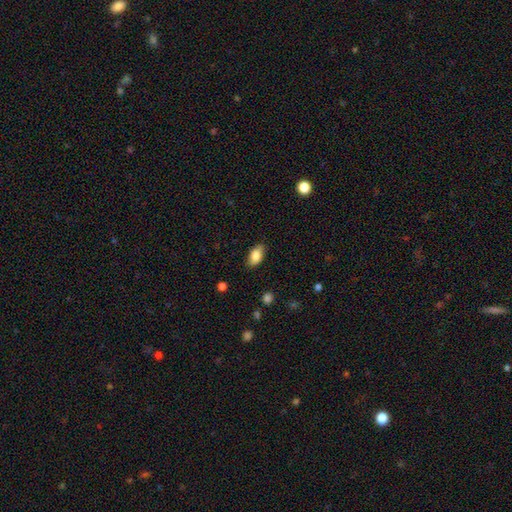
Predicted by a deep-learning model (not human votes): The model was most divided on "smooth or featured": smooth: 82%, featured or disk: 11%, star or artifact: 7%. More confident: how rounded — in between (90%); merging — none (84%).